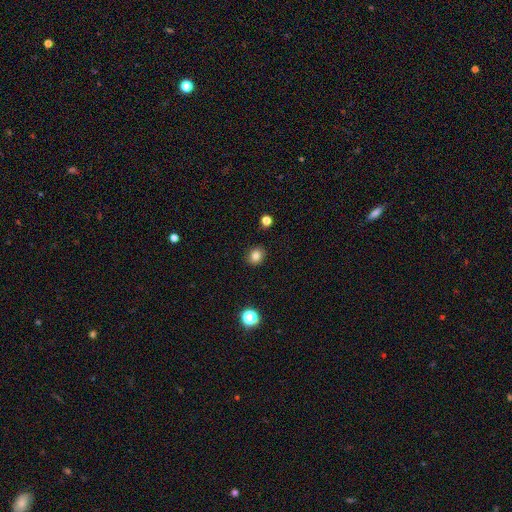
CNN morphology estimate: Smooth or featured? smooth (83%)
How rounded? round (67%)
Merging? none (89%)